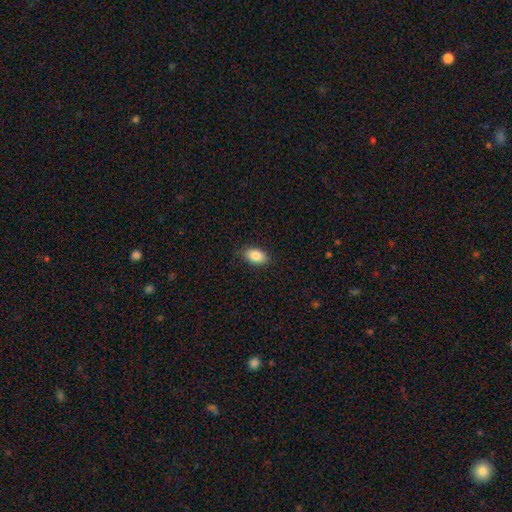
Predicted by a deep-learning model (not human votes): Smooth or featured?
  - smooth: 86% *
  - star or artifact: 8%
  - featured or disk: 6%
How rounded?
  - in between: 90% *
  - round: 8%
  - cigar-shaped: 2%
Merging?
  - none: 86% *
  - minor disturbance: 11%
  - major disturbance: 2%
  - merger: 1%